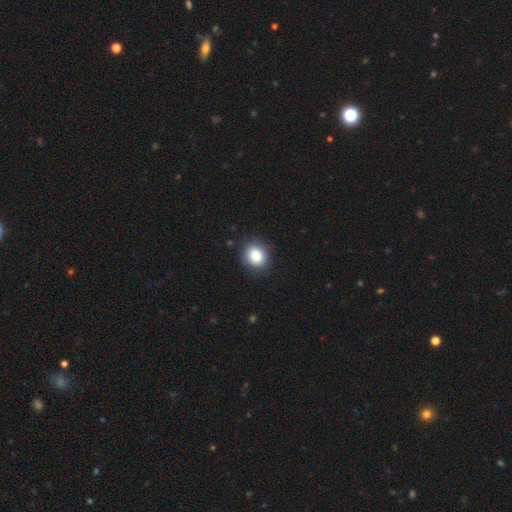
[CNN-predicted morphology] smooth 86%, star or artifact 9%, featured or disk 5%. Down the decision tree: how rounded — round (60%); merging — none (84%).